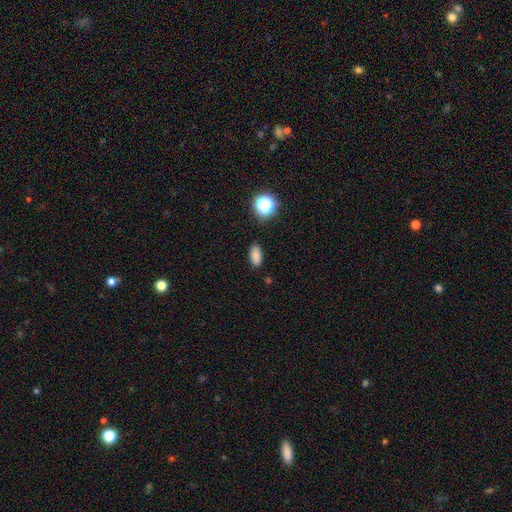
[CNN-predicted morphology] Smooth or featured: smooth — 83% (star or artifact — 13%)
How rounded: in between — 86% (cigar-shaped — 8%)
Merging: none — 85% (minor disturbance — 11%)